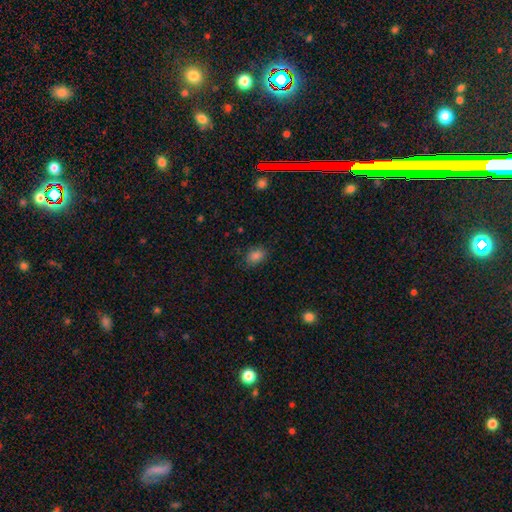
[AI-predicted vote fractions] smooth_or_featured: smooth (p=0.84) [alt: star or artifact p=0.11]
how_rounded: in between (p=0.71) [alt: round p=0.28]
merging: none (p=0.82) [alt: minor disturbance p=0.14]